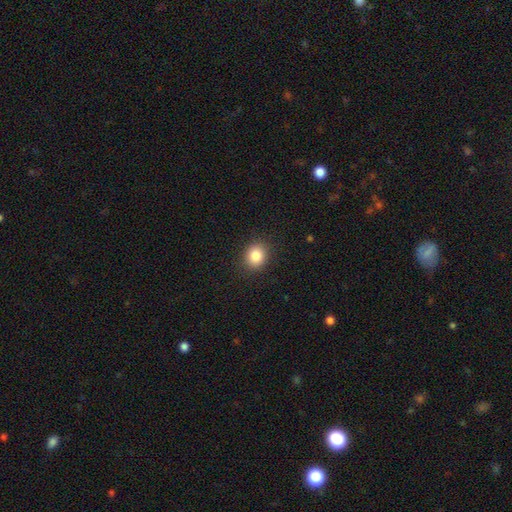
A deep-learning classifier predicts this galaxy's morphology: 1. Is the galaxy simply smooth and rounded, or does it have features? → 84% smooth, 10% star or artifact, 6% featured or disk.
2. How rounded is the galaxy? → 67% round, 32% in between, 1% cigar-shaped.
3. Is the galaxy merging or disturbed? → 90% none, 7% minor disturbance, 2% major disturbance, 1% merger.